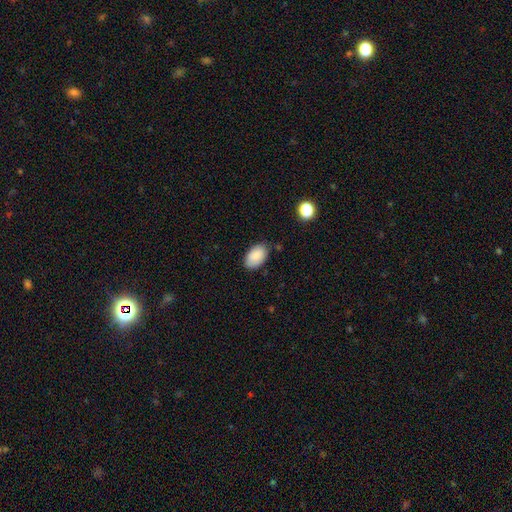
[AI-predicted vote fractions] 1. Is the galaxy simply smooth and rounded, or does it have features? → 87% smooth, 7% star or artifact, 6% featured or disk.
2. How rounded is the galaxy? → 94% in between, 5% round, 1% cigar-shaped.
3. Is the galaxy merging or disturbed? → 78% none, 17% minor disturbance, 3% major disturbance, 2% merger.